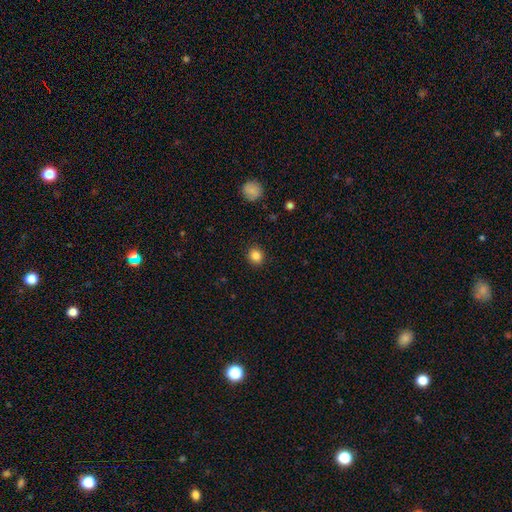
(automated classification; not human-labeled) This is clearly a smooth galaxy (85%). How rounded: clearly round (86%). Merging: clearly none (90%).